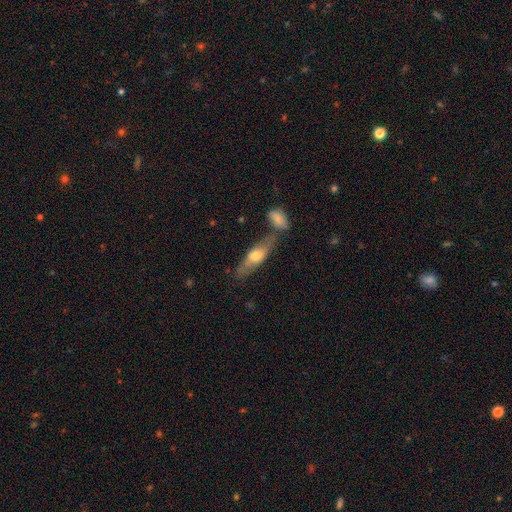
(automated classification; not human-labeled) smooth 52%, featured or disk 43%, star or artifact 6%. Down the decision tree: how rounded — cigar-shaped (53%); merging — none (62%).